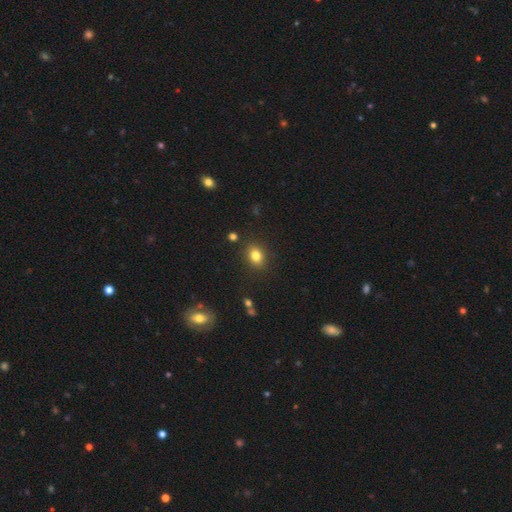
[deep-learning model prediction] smooth 81%, star or artifact 12%, featured or disk 8%. Down the decision tree: how rounded — in between (59%); merging — none (86%).